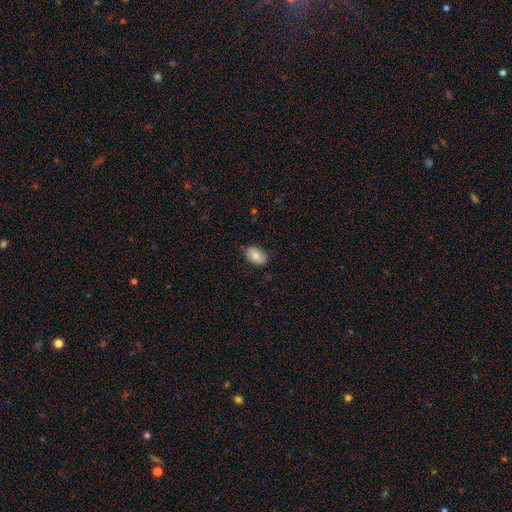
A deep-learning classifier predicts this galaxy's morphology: The model was most divided on "smooth or featured": smooth: 79%, featured or disk: 14%, star or artifact: 7%. More confident: how rounded — in between (89%); merging — none (84%).